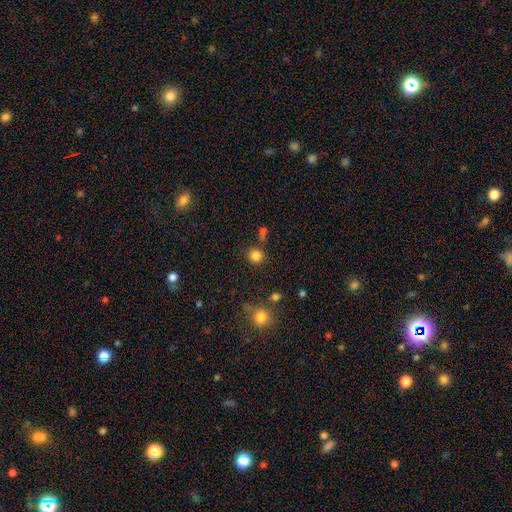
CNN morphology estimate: type=smooth (83%); roundness=round (90%); merging=none (80%).